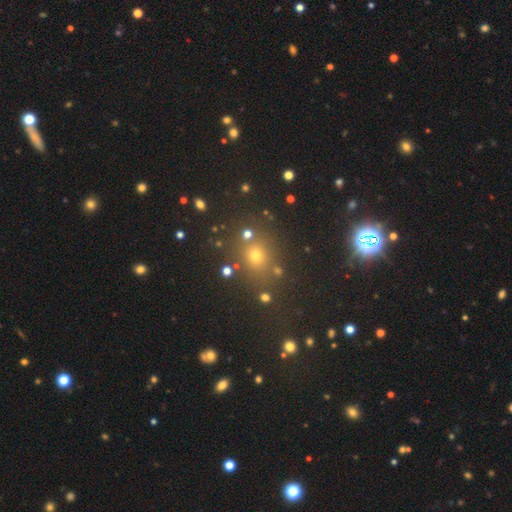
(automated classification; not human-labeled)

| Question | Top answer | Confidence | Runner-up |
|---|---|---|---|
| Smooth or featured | smooth | 48% | star or artifact (43%) |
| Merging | none | 79% | minor disturbance (10%) |